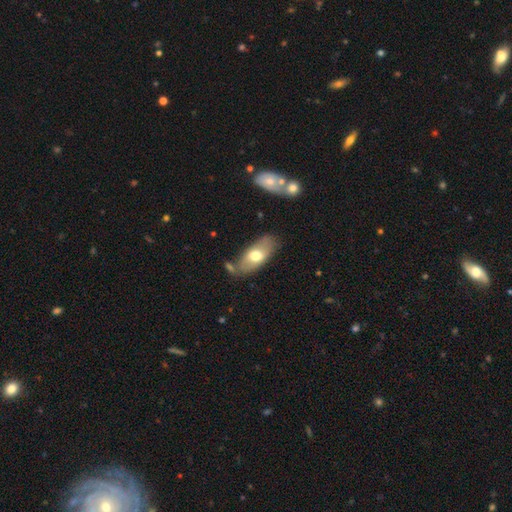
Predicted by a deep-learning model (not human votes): smooth_or_featured: smooth (p=0.62) [alt: featured or disk p=0.32]
how_rounded: in between (p=0.88) [alt: cigar-shaped p=0.09]
merging: none (p=0.68) [alt: minor disturbance p=0.18]